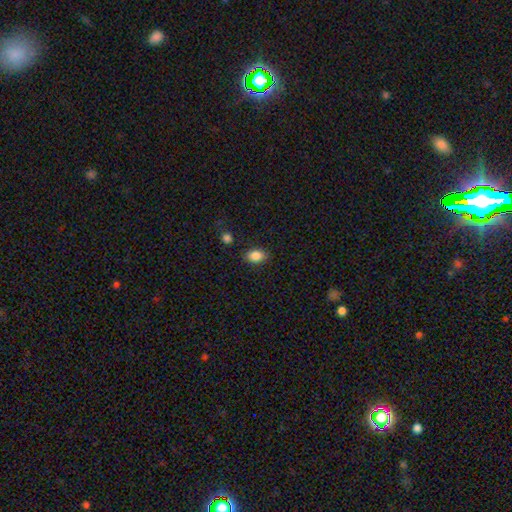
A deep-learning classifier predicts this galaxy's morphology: Smooth or featured? Predicted: smooth (p=0.87). How rounded? Predicted: in between (p=0.81). Merging? Predicted: none (p=0.84).